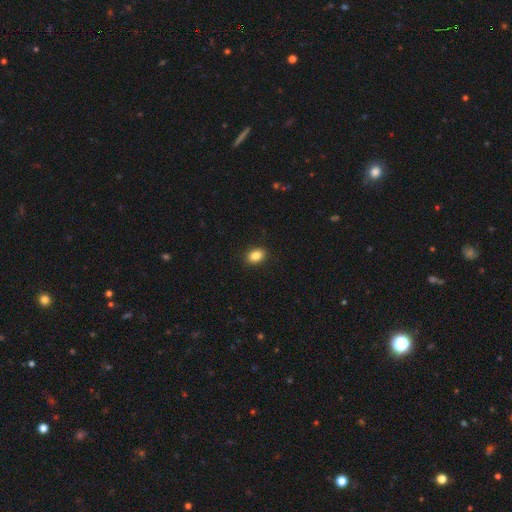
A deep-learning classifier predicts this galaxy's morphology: This appears to be a smooth galaxy with no disk features (86%) that is in between round and cigar-shaped (72%). Merging: none (89%).